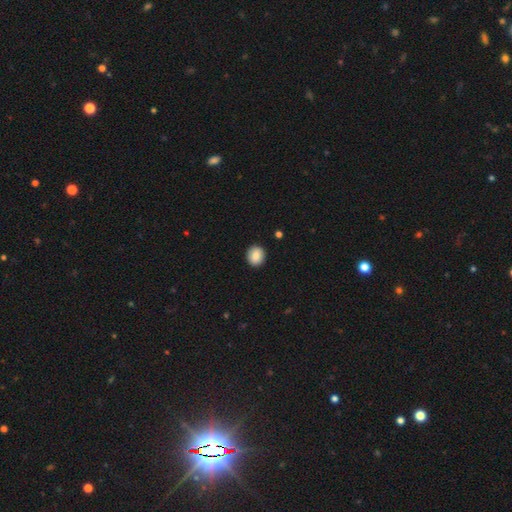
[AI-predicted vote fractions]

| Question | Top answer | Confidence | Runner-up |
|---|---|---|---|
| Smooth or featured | smooth | 85% | star or artifact (8%) |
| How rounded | round | 82% | in between (17%) |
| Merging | none | 92% | minor disturbance (6%) |